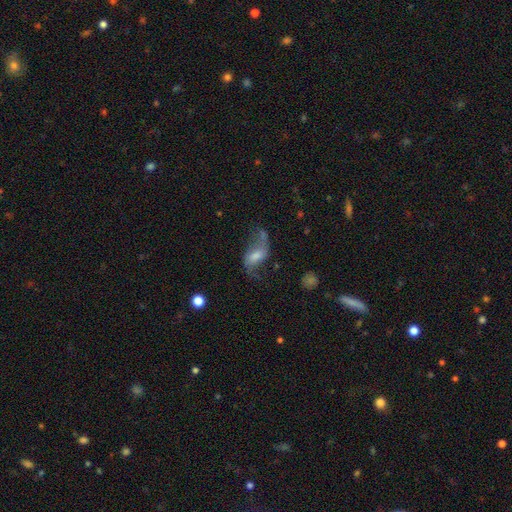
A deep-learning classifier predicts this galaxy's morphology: type=featured or disk (70%); edge-on=no (94%); bar=weak (48%); spiral arms=yes (90%); winding=loose (82%); arm count=2 (89%); bulge=moderate (43%); merging=none (54%).